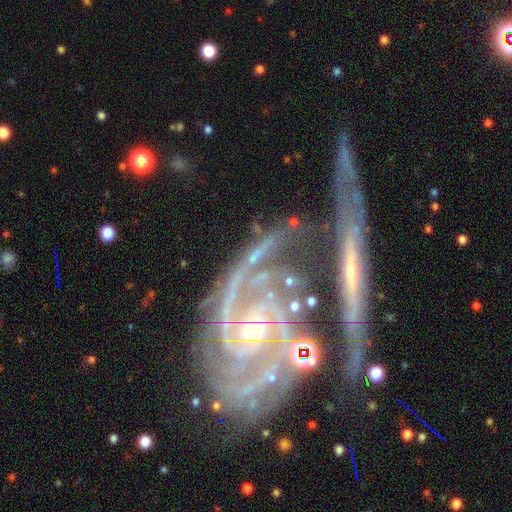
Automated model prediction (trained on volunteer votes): Smooth or featured? featured or disk (89%)
Edge-on disk? no (92%)
Bar? no (55%)
Spiral arms? yes (97%)
Spiral winding? tight (61%)
Spiral arm count? 2 (36%)
Bulge size? small (53%)
Merging? none (39%)